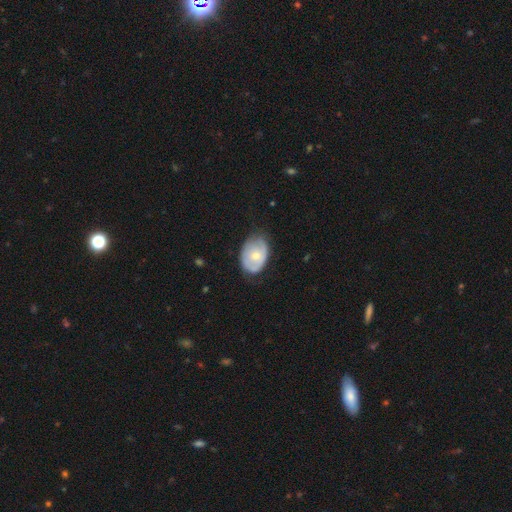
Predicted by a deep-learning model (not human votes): Overall: smooth (51%; featured or disk 42%). How rounded: in between (75%). Merging: none (60%; minor disturbance 31%).